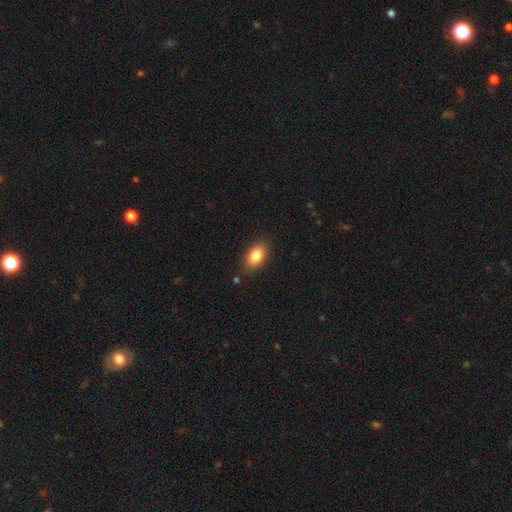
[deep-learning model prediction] smooth_or_featured: smooth (p=0.83) [alt: featured or disk p=0.09]
how_rounded: in between (p=0.90) [alt: round p=0.07]
merging: none (p=0.85) [alt: minor disturbance p=0.11]